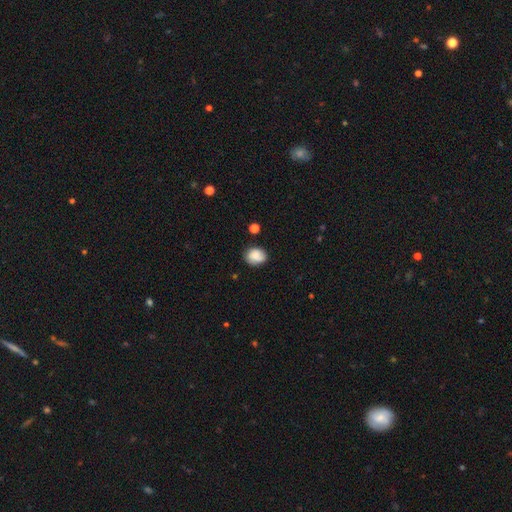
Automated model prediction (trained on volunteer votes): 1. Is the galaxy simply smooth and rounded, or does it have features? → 81% smooth, 10% featured or disk, 8% star or artifact.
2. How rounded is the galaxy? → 51% round, 48% in between, 1% cigar-shaped.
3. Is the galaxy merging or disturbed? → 73% none, 20% minor disturbance, 4% major disturbance, 3% merger.